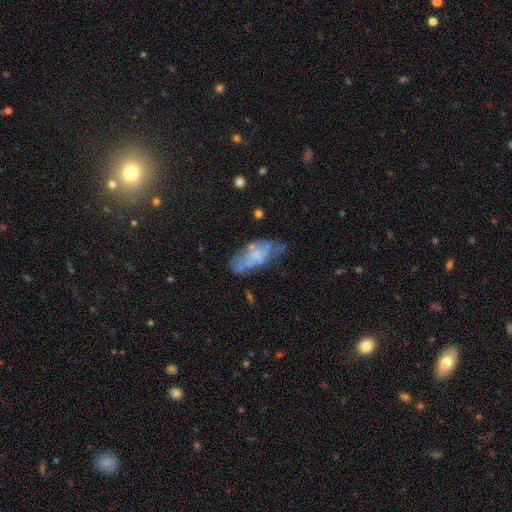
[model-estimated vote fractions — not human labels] Morphology: type=featured or disk (52%); edge-on=no (91%); merging=none (44%).